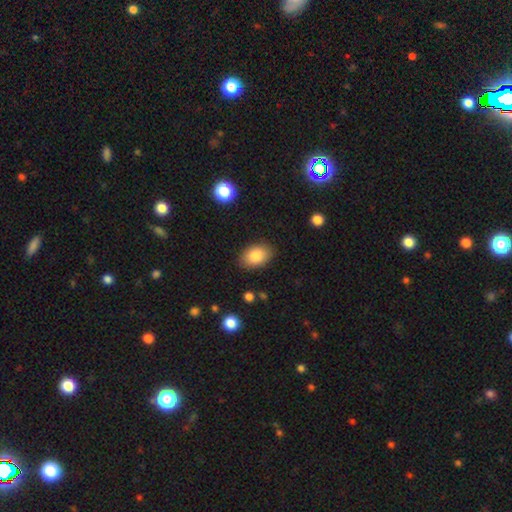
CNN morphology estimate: A smooth galaxy with no disk features (83%) that is in between round and cigar-shaped (87%).

Vote fractions:
- Smooth or featured? smooth: 83% / featured or disk: 9% / star or artifact: 8%
- How rounded? in between: 87% / round: 12% / cigar-shaped: 1%
- Merging? none: 86% / minor disturbance: 10% / major disturbance: 2% / merger: 1%